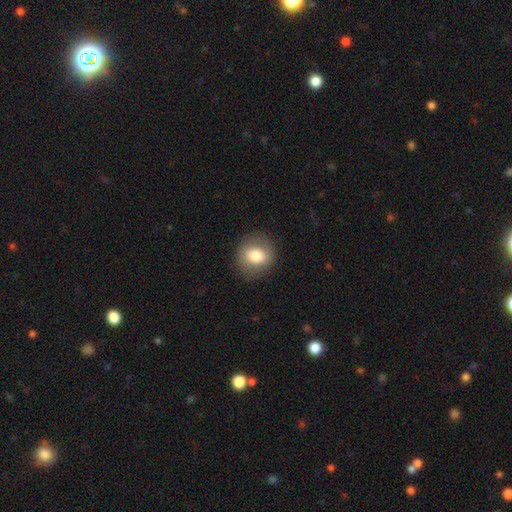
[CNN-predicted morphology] A smooth galaxy with no disk features (76%) that is round (77%). Merging: none (85%).